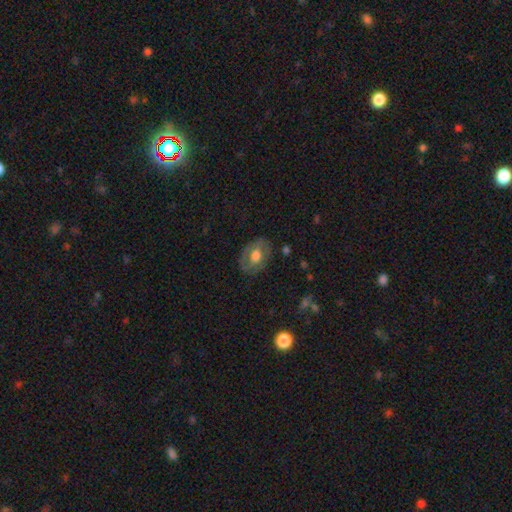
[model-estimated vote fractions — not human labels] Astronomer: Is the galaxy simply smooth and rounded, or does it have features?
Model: smooth — 50% (runner-up: featured or disk, 43%).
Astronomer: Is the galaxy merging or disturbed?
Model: none — 77%.